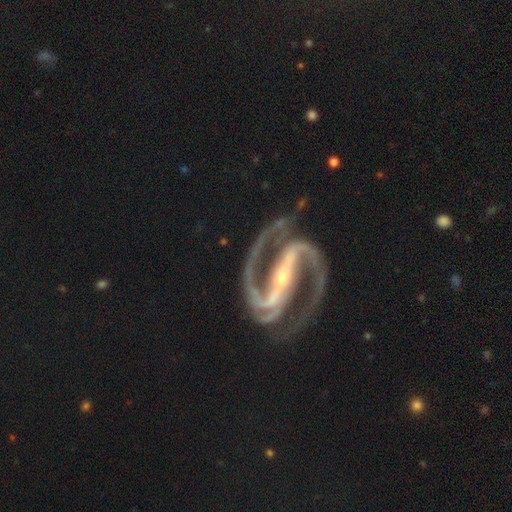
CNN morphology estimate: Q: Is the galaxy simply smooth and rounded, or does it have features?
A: featured or disk — 94%.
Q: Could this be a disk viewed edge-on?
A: no — 97%.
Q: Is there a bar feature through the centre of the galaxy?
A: strong — 85%.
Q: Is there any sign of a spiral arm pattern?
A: yes — 99%.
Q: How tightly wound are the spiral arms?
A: medium — 61%.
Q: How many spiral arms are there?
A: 2 — 95%.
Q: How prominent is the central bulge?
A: small — 78%.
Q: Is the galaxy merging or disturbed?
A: none — 79%.